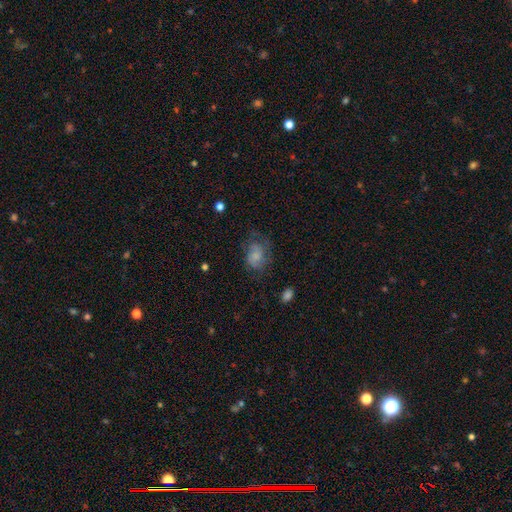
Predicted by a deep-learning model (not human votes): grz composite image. It shows a smooth galaxy with no disk features (62%) that is in between round and cigar-shaped (60%). Merging: none (47%).